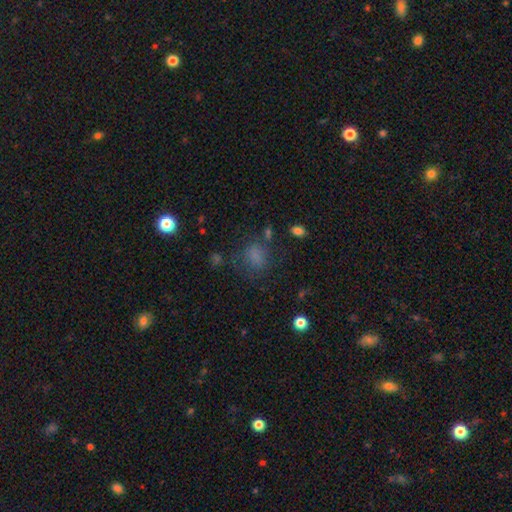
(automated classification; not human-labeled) smooth_or_featured: smooth (p=0.71) [alt: star or artifact p=0.18]
how_rounded: round (p=0.58) [alt: in between p=0.41]
merging: none (p=0.57) [alt: minor disturbance p=0.21]